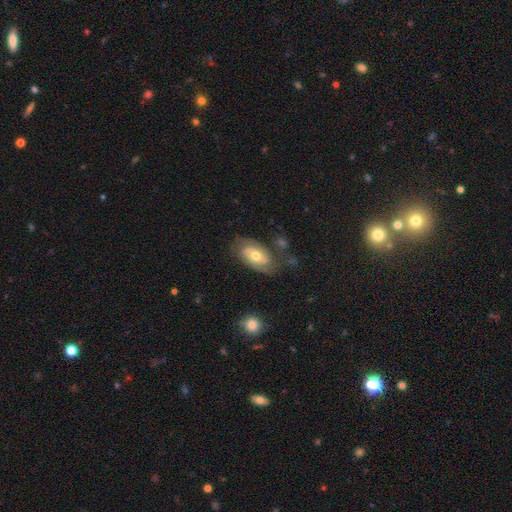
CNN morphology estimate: A featured or disk galaxy (63%) with no bar (63%), spiral arms (82%) and a moderate central bulge (68%).

Vote fractions:
- Smooth or featured? featured or disk: 63% / smooth: 30% / star or artifact: 7%
- Edge-on disk? no: 94% / yes: 6%
- Bar? no: 63% / weak: 29% / strong: 9%
- Spiral arms? yes: 82% / no: 18%
- Bulge size? moderate: 68% / small: 26% / large: 5% / none: 1% / dominant: 1%
- Merging? none: 63% / minor disturbance: 22% / major disturbance: 10% / merger: 5%